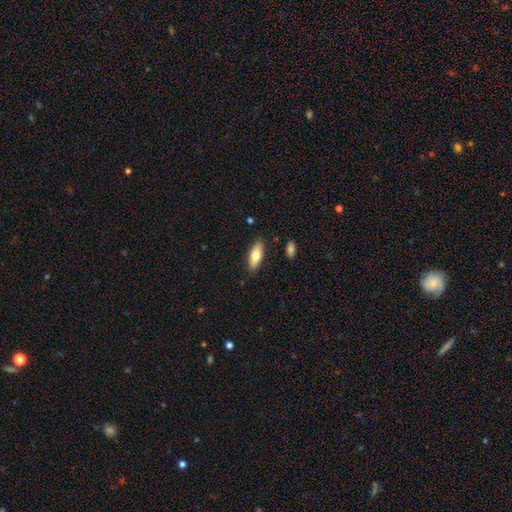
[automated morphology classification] Q: Smooth or featured?
A: smooth (76%); runner-up: featured or disk (18%)
Q: How rounded?
A: in between (75%); runner-up: cigar-shaped (23%)
Q: Merging?
A: none (86%); runner-up: minor disturbance (10%)